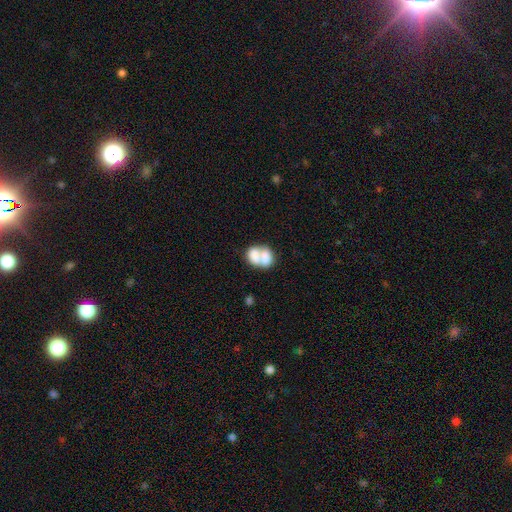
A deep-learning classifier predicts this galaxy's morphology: Overall: smooth (63%; featured or disk 28%). How rounded: in between (66%; round 32%). Merging: merger (67%).